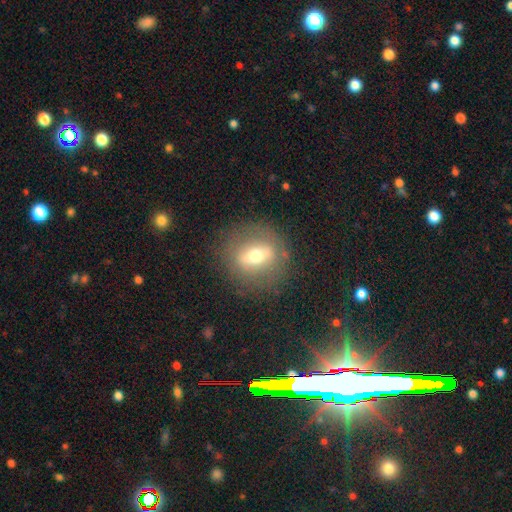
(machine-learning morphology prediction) This appears to be a featured or disk galaxy (47%). Merging: none (82%).